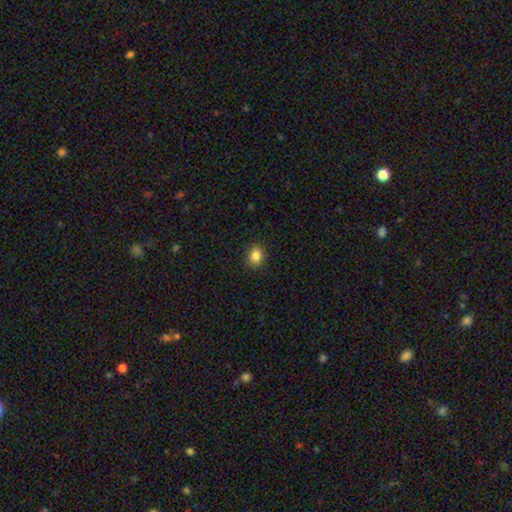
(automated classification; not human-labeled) A smooth galaxy with no disk features (84%) that is round (72%). Merging: none (90%).